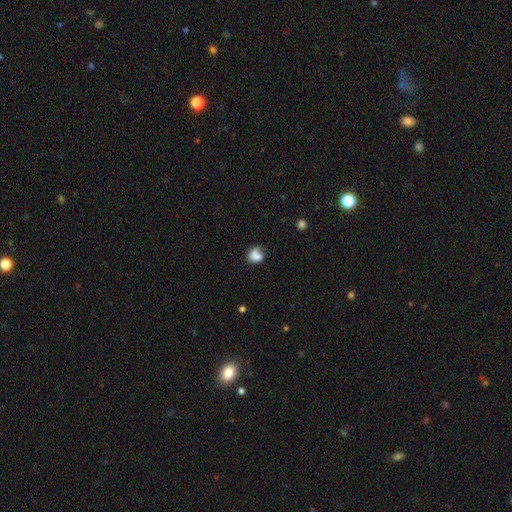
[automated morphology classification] Smooth or featured? smooth (81%)
How rounded? round (64%)
Merging? none (49%)